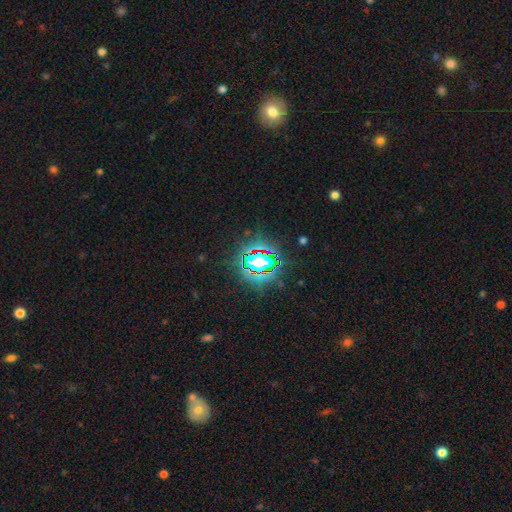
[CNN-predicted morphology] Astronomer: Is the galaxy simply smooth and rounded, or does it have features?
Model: star or artifact — 80%.